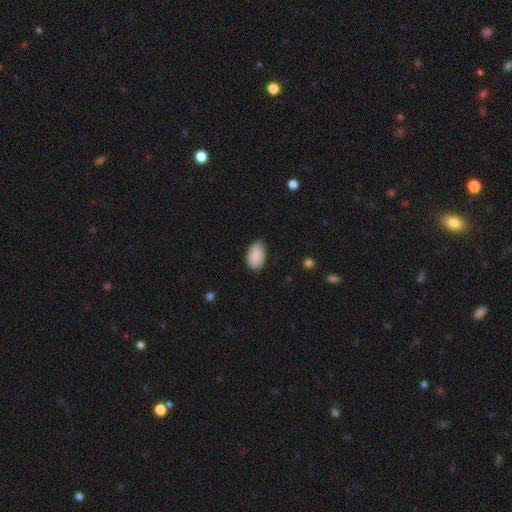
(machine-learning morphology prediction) This appears to be a smooth galaxy with no disk features (90%) that is in between round and cigar-shaped (93%). Merging: none (76%).